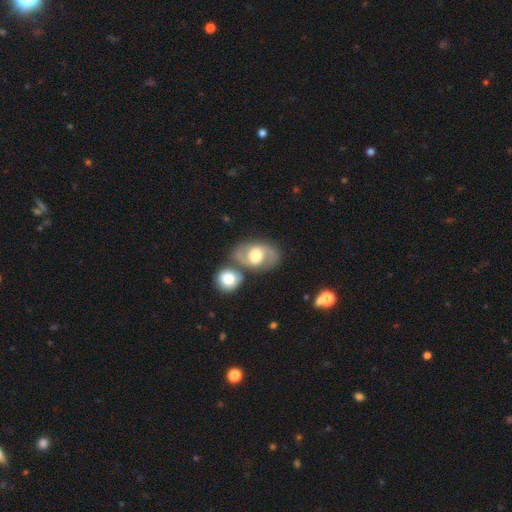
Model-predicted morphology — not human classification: Smooth or featured: featured or disk — 72% (smooth — 22%)
Edge-on disk: no — 96% (yes — 4%)
Bar: weak — 44% (no — 40%)
Spiral arms: yes — 84% (no — 16%)
Spiral winding: medium — 52% (loose — 32%)
Spiral arm count: 2 — 90% (can't tell — 5%)
Bulge size: moderate — 57% (large — 32%)
Merging: none — 63% (merger — 18%)